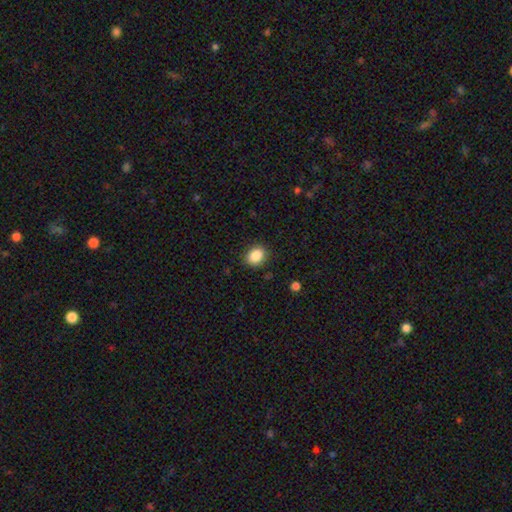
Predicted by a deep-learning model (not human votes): A smooth galaxy with no disk features (87%) that is round (54%).

Vote fractions:
- Smooth or featured? smooth: 87% / star or artifact: 9% / featured or disk: 4%
- How rounded? round: 54% / in between: 46% / cigar-shaped: 1%
- Merging? none: 88% / minor disturbance: 9% / major disturbance: 2% / merger: 1%